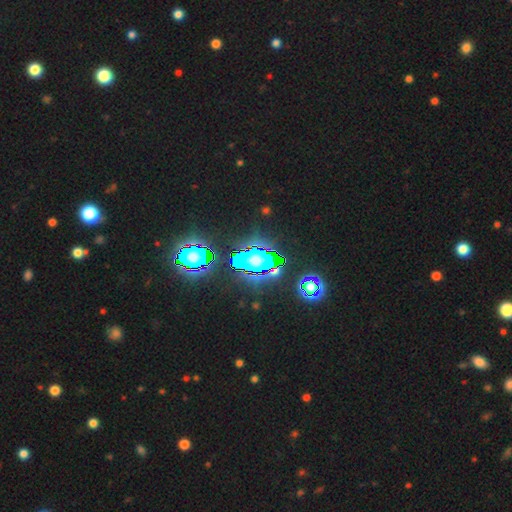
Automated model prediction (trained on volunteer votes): A star or artifact, not a galaxy (82%).

Vote fractions:
- Smooth or featured? star or artifact: 82% / smooth: 10% / featured or disk: 8%